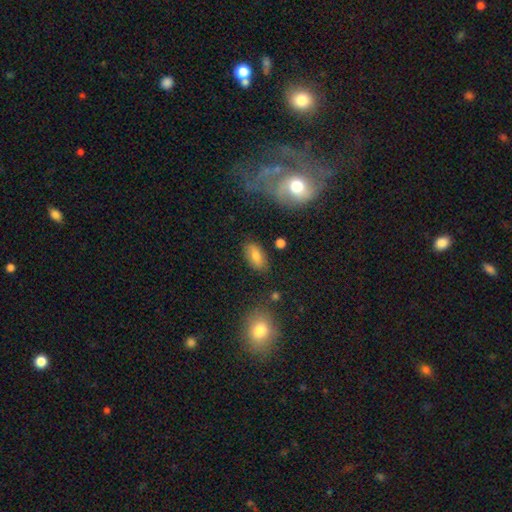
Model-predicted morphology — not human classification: smooth-or-featured: smooth: 72% | featured or disk: 18% | star or artifact: 10%
  how-rounded: in between: 89% | round: 6% | cigar-shaped: 5%
  merging: none: 80% | minor disturbance: 12% | major disturbance: 4% | merger: 4%